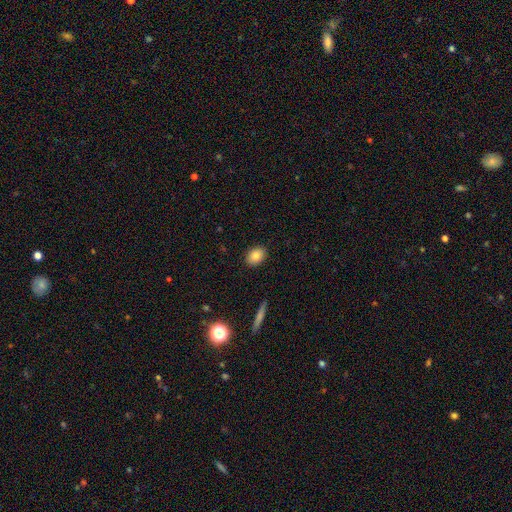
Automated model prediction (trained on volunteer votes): Smooth or featured? Predicted: smooth (p=0.83). How rounded? Predicted: in between (p=0.69). Merging? Predicted: none (p=0.89).